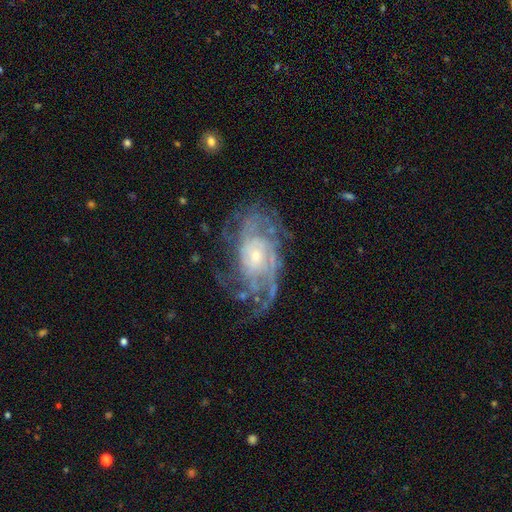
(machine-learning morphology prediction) A featured or disk galaxy (87%) with no bar (72%), tight (51%) spiral arms (95%) and a small central bulge (68%). Merging: none (64%).